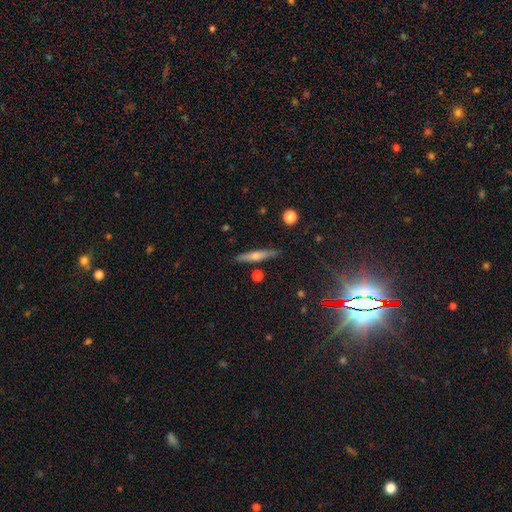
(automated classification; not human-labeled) This appears to be a featured or disk galaxy (46%). Merging: none (86%).